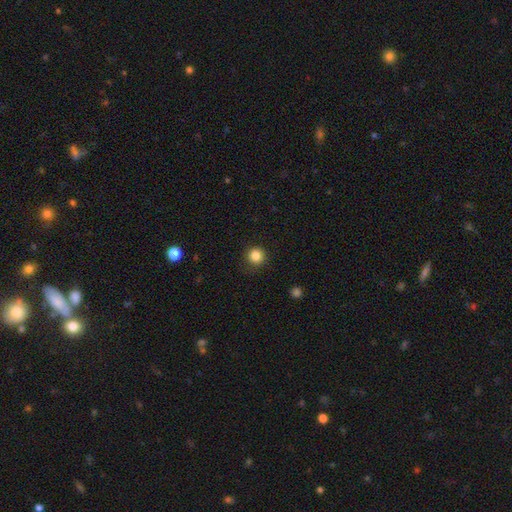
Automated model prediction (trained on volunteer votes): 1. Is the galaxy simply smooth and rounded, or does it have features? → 84% smooth, 11% star or artifact, 4% featured or disk.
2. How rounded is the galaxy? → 94% round, 5% in between, 1% cigar-shaped.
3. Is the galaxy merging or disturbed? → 87% none, 9% minor disturbance, 3% major disturbance, 1% merger.